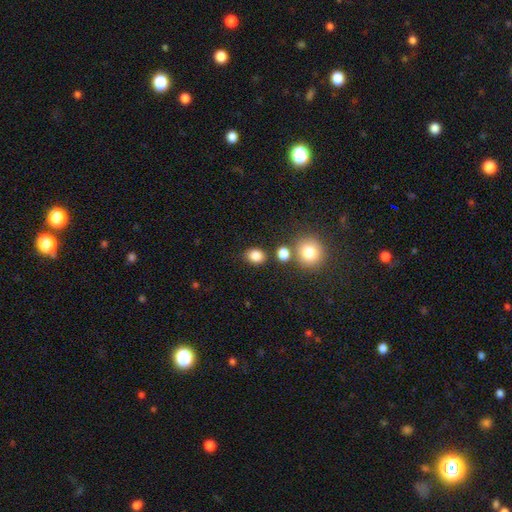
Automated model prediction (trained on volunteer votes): Q: Smooth or featured?
A: smooth (84%); runner-up: star or artifact (11%)
Q: How rounded?
A: round (52%); runner-up: in between (47%)
Q: Merging?
A: none (77%); runner-up: minor disturbance (11%)